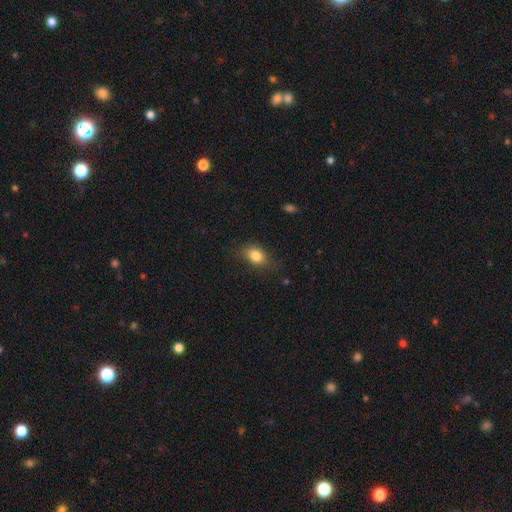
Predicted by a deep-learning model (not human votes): Overall: smooth (82%). How rounded: in between (70%). Merging: none (73%).